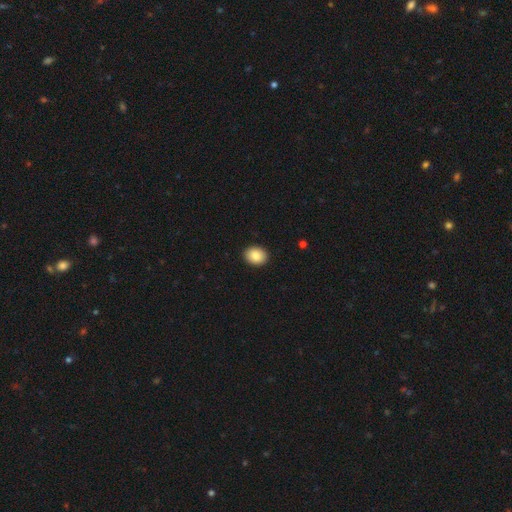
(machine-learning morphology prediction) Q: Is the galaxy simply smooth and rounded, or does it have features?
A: smooth — 87%.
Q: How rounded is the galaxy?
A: in between — 60%.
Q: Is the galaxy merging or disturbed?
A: none — 92%.